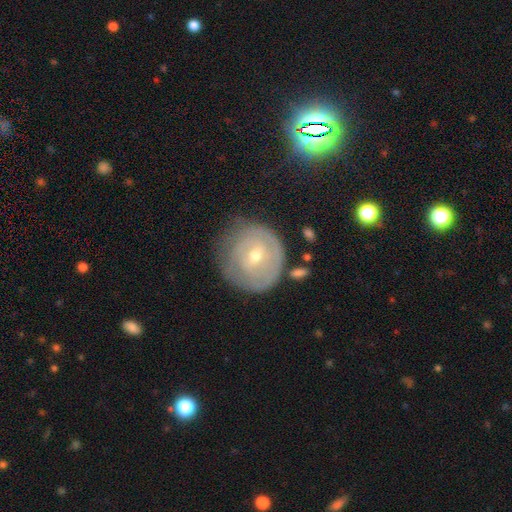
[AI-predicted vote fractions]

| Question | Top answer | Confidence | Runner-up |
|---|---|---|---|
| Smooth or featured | featured or disk | 63% | smooth (30%) |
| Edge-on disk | no | 96% | yes (4%) |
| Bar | no | 48% | weak (42%) |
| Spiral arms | yes | 67% | no (33%) |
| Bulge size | small | 49% | moderate (48%) |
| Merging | none | 65% | minor disturbance (23%) |